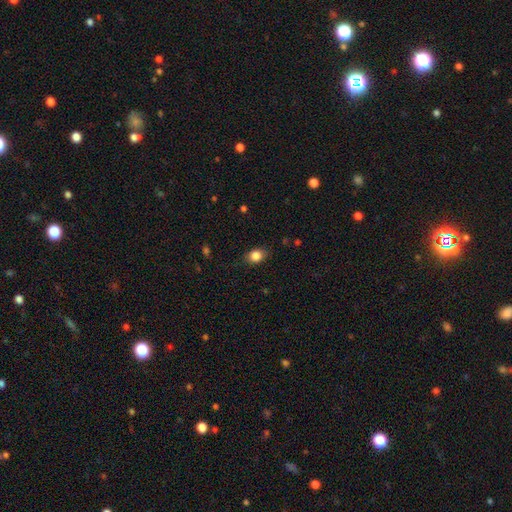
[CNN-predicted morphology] Q: Smooth or featured?
A: smooth (85%); runner-up: star or artifact (9%)
Q: How rounded?
A: in between (61%); runner-up: round (38%)
Q: Merging?
A: none (81%); runner-up: minor disturbance (15%)